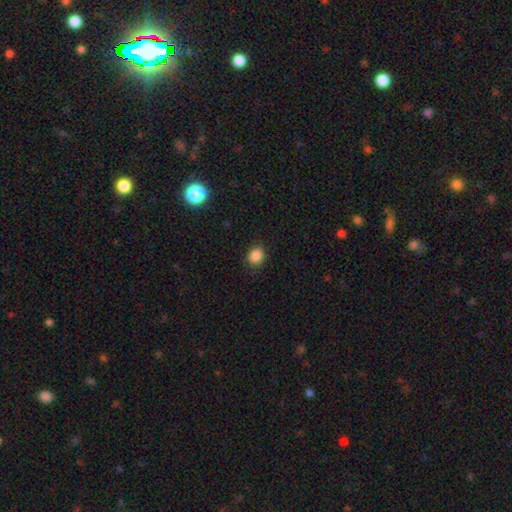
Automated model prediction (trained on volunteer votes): The model was most divided on "how rounded": round: 62%, in between: 37%, cigar-shaped: 1%. More confident: merging — none (86%); smooth or featured — smooth (86%).